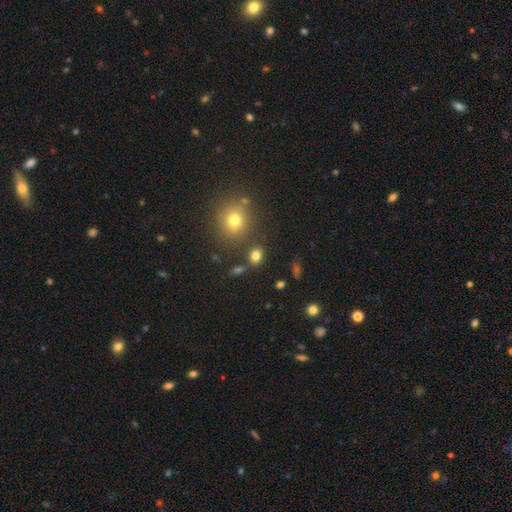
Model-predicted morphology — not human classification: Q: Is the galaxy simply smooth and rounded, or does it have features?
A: smooth — 79%.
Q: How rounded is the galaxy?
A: in between — 50%.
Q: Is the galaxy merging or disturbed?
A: none — 76%.